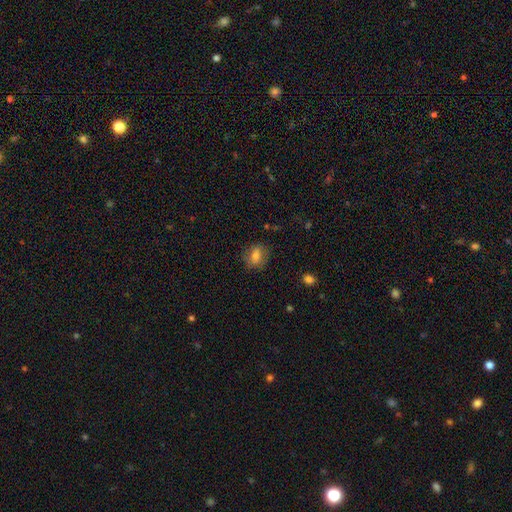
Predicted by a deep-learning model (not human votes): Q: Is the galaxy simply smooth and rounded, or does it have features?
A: smooth — 74%.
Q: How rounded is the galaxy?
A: round — 50%.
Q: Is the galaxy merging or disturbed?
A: none — 79%.